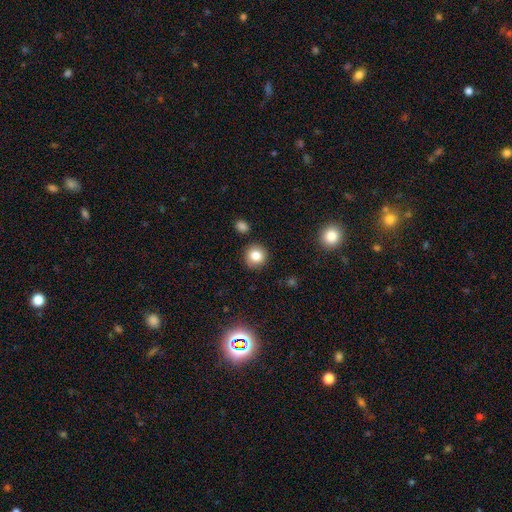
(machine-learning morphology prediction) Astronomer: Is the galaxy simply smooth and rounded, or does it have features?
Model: smooth — 82%.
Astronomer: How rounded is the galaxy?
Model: round — 91%.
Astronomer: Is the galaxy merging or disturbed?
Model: none — 89%.